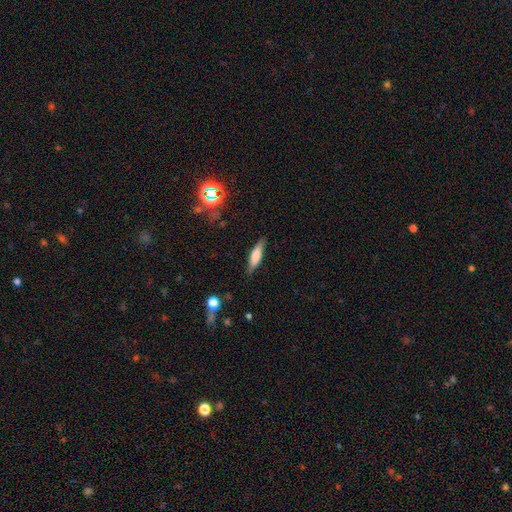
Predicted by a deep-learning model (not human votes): A smooth galaxy with no disk features (66%) that is cigar-shaped (69%). Merging: none (82%).